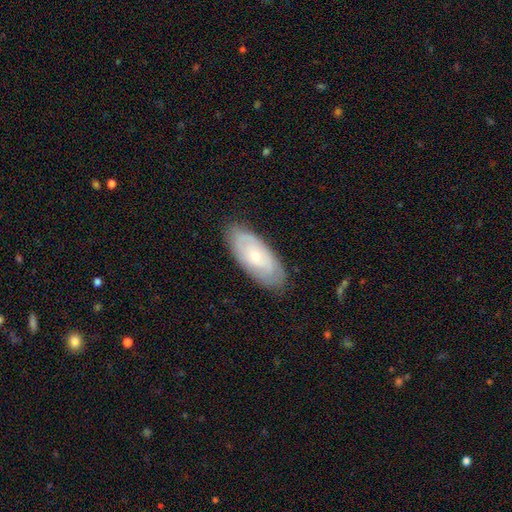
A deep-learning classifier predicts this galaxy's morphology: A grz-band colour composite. It shows a featured or disk galaxy (59%) with no bar (83%), spiral arms (53%) and a small central bulge (60%). Merging: none (83%).